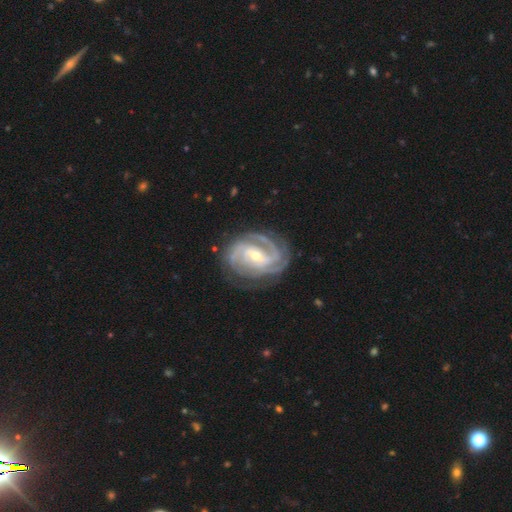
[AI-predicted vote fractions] A featured or disk galaxy (92%) with a weak bar (40%), 3 (39%) tight (66%) spiral arms (98%) and a small central bulge (53%). Merging: none (76%).